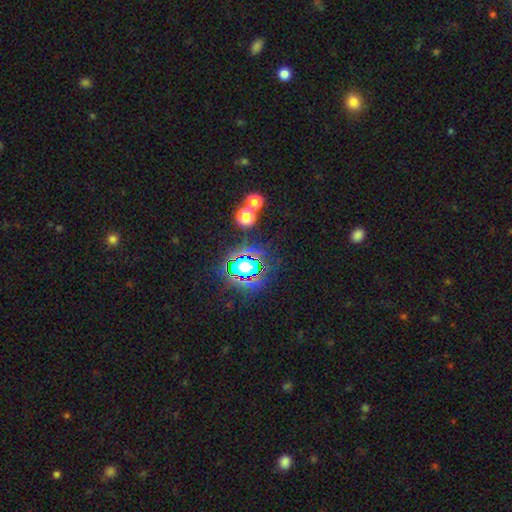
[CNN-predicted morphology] smooth-or-featured: star or artifact: 79% | smooth: 13% | featured or disk: 7%